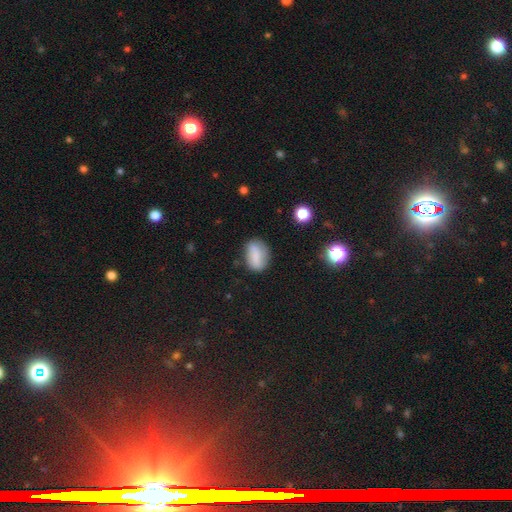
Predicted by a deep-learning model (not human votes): Morphology: type=smooth (71%); roundness=in between (79%); merging=none (71%).